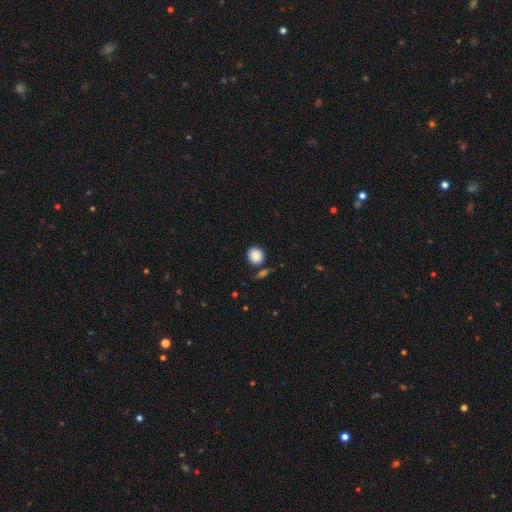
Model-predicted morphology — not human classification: smooth 87%, star or artifact 8%, featured or disk 4%. Down the decision tree: how rounded — round (87%); merging — none (79%).